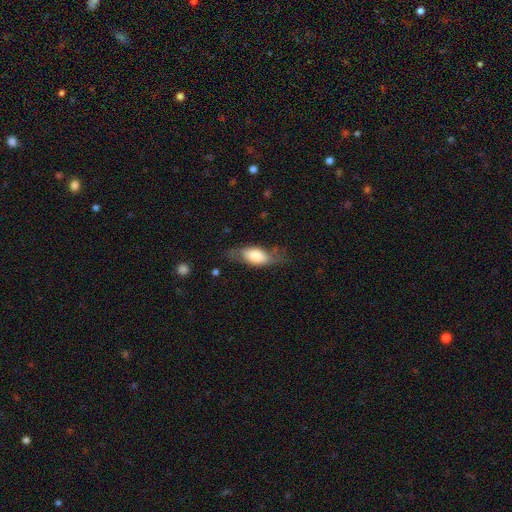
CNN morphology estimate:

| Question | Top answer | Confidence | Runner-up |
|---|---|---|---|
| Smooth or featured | smooth | 66% | featured or disk (28%) |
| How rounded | in between | 80% | cigar-shaped (16%) |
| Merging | none | 62% | minor disturbance (25%) |